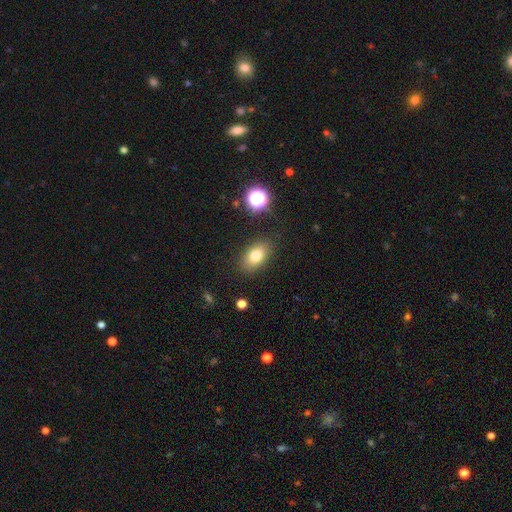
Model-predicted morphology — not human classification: Smooth or featured? smooth (77%)
How rounded? in between (85%)
Merging? none (85%)